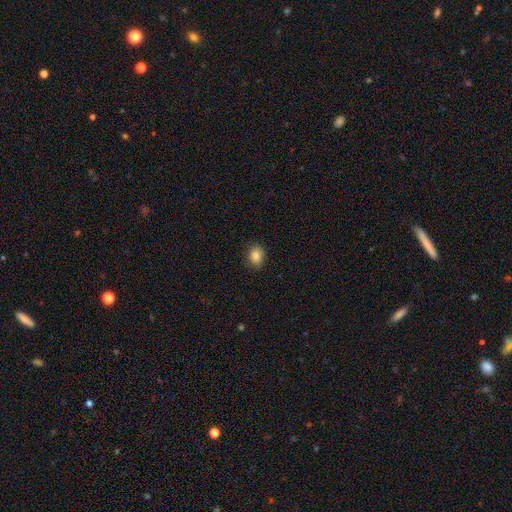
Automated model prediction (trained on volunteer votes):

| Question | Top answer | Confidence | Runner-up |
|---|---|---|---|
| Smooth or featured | smooth | 85% | star or artifact (10%) |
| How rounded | round | 53% | in between (46%) |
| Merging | none | 82% | minor disturbance (14%) |